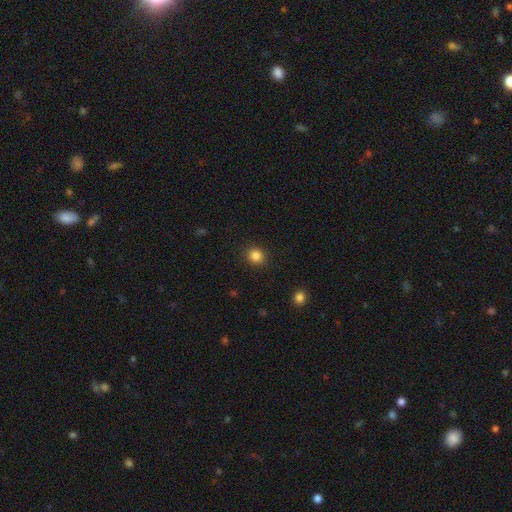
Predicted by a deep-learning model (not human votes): Smooth or featured?
  - smooth: 85% *
  - star or artifact: 11%
  - featured or disk: 4%
How rounded?
  - round: 85% *
  - in between: 14%
  - cigar-shaped: 1%
Merging?
  - none: 91% *
  - minor disturbance: 6%
  - major disturbance: 2%
  - merger: 1%